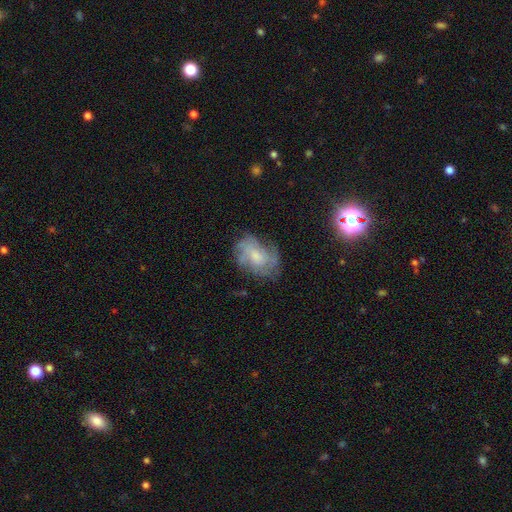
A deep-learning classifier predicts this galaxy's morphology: A featured or disk galaxy (59%) with no bar (67%), spiral arms (74%) and a moderate central bulge (43%). Merging: none (61%).